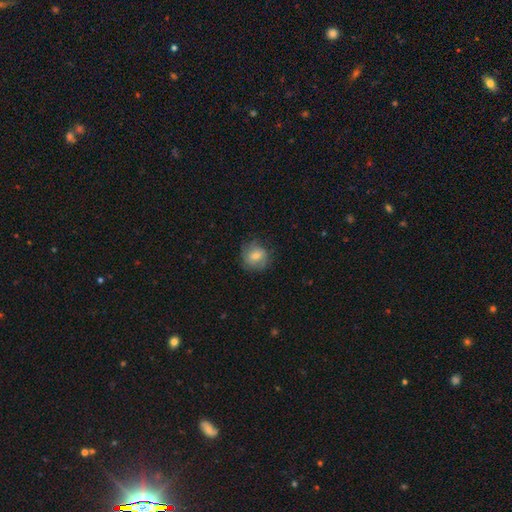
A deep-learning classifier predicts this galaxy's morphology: A smooth galaxy with no disk features (65%) that is round (80%). Merging: none (72%).